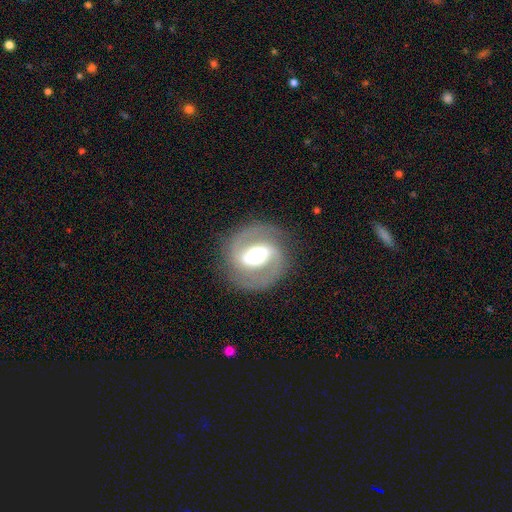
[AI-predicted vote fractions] This appears to be a featured or disk galaxy (86%) with a strong bar (45%), 2 (92%) medium (53%) spiral arms (92%) and a moderate central bulge (52%). Merging: none (82%).